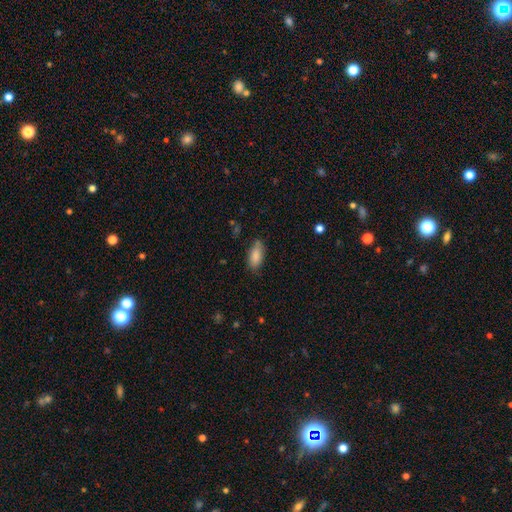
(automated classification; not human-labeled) smooth_or_featured: smooth (p=0.85) [alt: featured or disk p=0.08]
how_rounded: in between (p=0.86) [alt: cigar-shaped p=0.12]
merging: none (p=0.74) [alt: minor disturbance p=0.20]